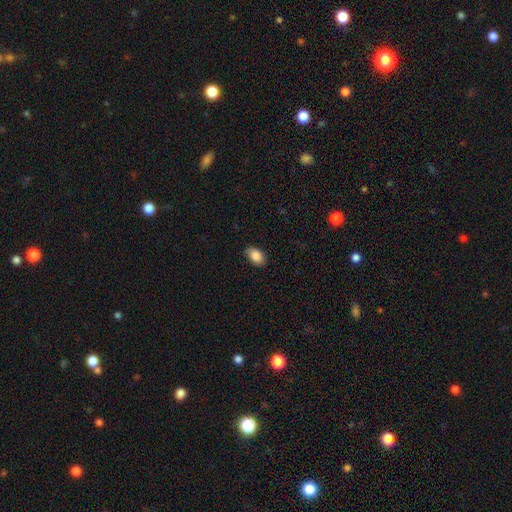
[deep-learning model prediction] Smooth or featured? smooth (86%)
How rounded? in between (90%)
Merging? none (79%)